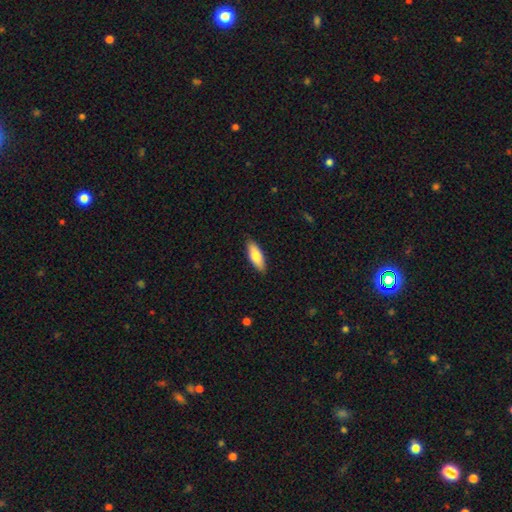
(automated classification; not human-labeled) smooth 80%, featured or disk 15%, star or artifact 6%. Down the decision tree: how rounded — in between (63%); merging — none (89%).